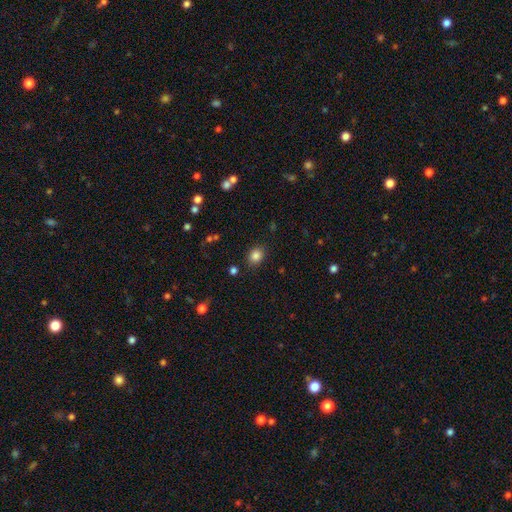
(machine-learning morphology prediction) This appears to be a smooth galaxy with no disk features (84%) that is round (61%). Merging: none (85%).